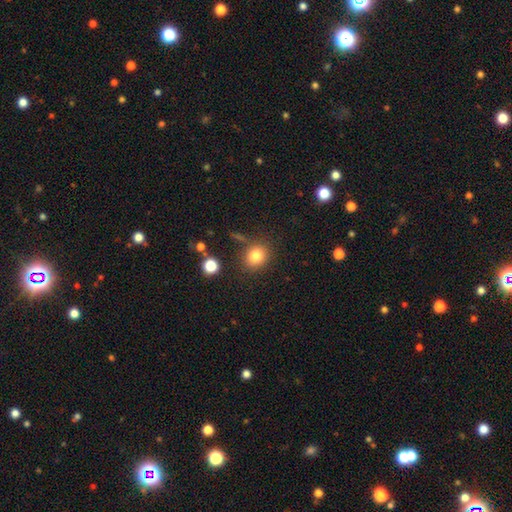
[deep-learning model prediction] This is clearly a smooth galaxy (80%). How rounded: likely round (70%). Merging: clearly none (80%).